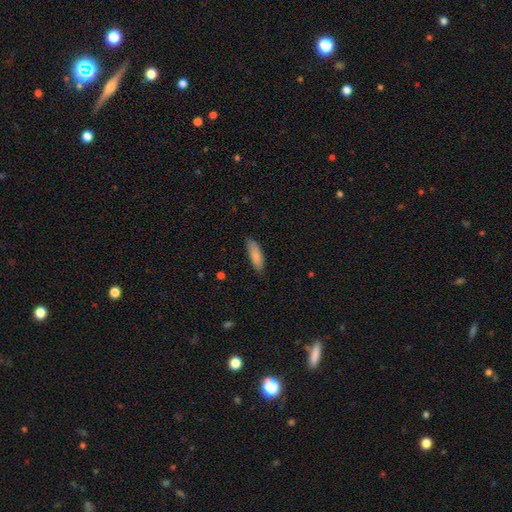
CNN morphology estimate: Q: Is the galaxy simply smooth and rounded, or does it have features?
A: smooth — 85%.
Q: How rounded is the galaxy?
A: cigar-shaped — 50%.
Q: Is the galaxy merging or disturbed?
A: none — 79%.